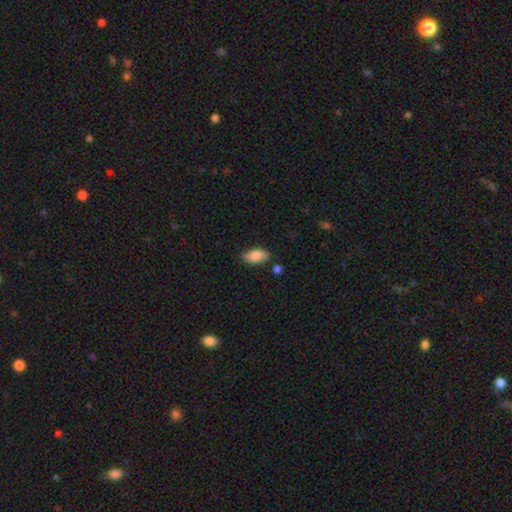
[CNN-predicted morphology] smooth-or-featured: smooth: 86% | featured or disk: 7% | star or artifact: 7%
  how-rounded: in between: 92% | cigar-shaped: 5% | round: 3%
  merging: none: 80% | minor disturbance: 14% | merger: 4% | major disturbance: 3%